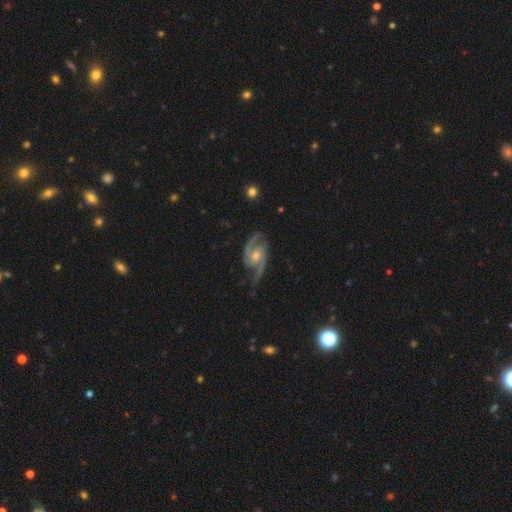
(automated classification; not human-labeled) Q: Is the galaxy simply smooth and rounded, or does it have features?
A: featured or disk — 92%.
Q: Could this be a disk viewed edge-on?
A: no — 97%.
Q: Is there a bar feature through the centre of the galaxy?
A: no — 54%.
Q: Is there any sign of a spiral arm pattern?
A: yes — 98%.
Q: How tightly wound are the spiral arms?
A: medium — 56%.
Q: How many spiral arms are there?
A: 2 — 90%.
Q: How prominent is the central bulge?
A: moderate — 51%.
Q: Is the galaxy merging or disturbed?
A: none — 73%.